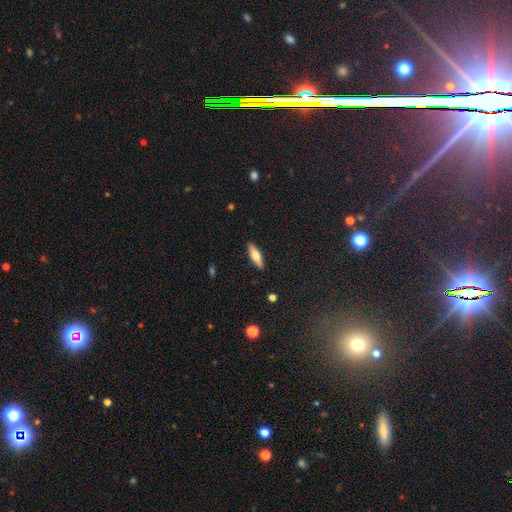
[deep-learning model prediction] Smooth or featured? Predicted: smooth (p=0.59). How rounded? Predicted: cigar-shaped (p=0.55). Merging? Predicted: none (p=0.89).